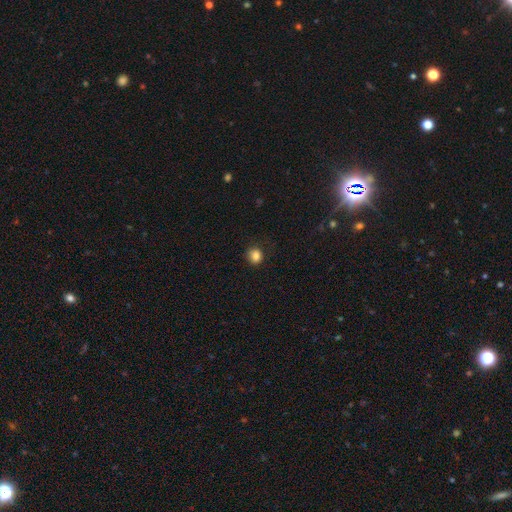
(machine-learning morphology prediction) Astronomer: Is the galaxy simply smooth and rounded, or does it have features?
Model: smooth — 85%.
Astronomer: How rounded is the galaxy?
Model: round — 87%.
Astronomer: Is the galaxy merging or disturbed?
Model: none — 86%.